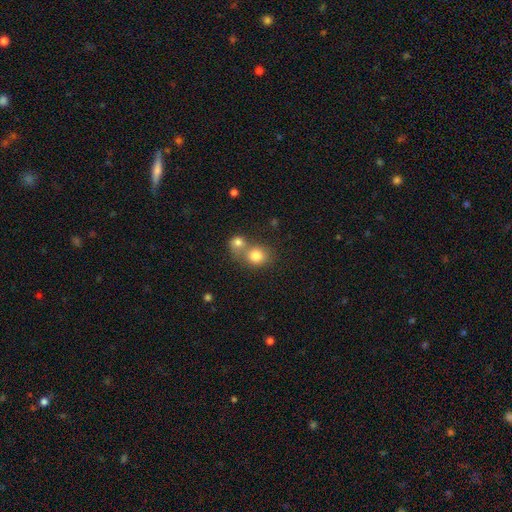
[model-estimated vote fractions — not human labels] Overall: smooth (79%). How rounded: round (77%). Merging: merger (54%; none 36%).